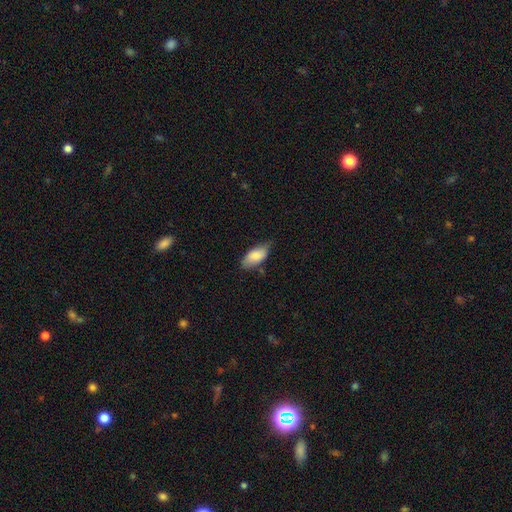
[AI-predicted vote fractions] This appears to be a smooth galaxy with no disk features (83%) that is in between round and cigar-shaped (90%). Merging: none (64%).